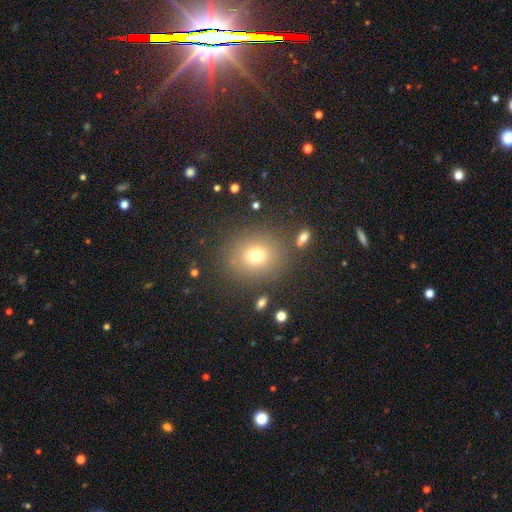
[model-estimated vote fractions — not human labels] smooth 72%, star or artifact 17%, featured or disk 11%. Down the decision tree: how rounded — round (78%); merging — none (84%).